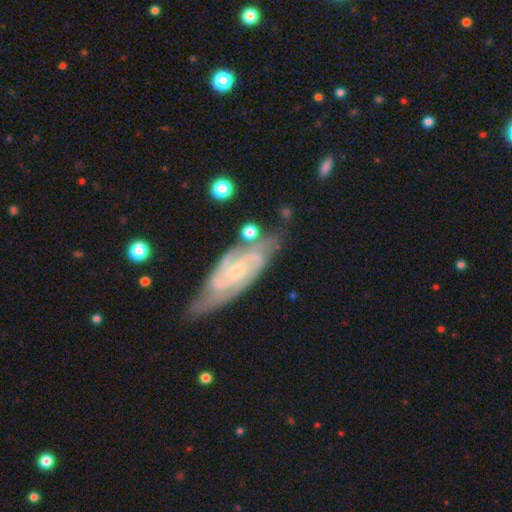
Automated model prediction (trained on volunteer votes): Q: Smooth or featured?
A: featured or disk (85%); runner-up: smooth (9%)
Q: Edge-on disk?
A: no (94%); runner-up: yes (6%)
Q: Bar?
A: no (50%); runner-up: weak (37%)
Q: Spiral arms?
A: yes (97%); runner-up: no (3%)
Q: Spiral winding?
A: tight (52%); runner-up: medium (40%)
Q: Spiral arm count?
A: 2 (63%); runner-up: 3 (16%)
Q: Bulge size?
A: small (73%); runner-up: moderate (21%)
Q: Merging?
A: none (63%); runner-up: minor disturbance (21%)